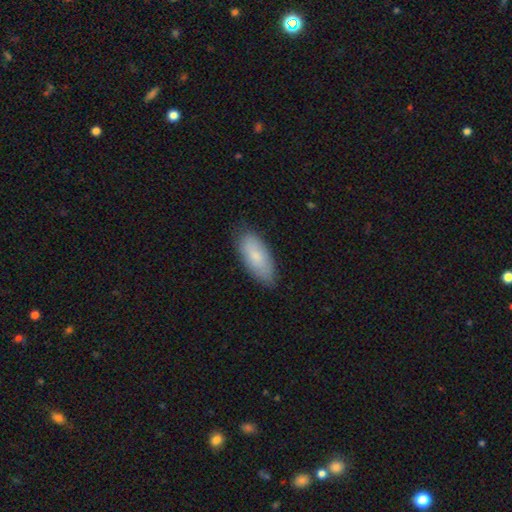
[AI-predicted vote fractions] Smooth or featured: smooth — 78% (featured or disk — 16%)
How rounded: in between — 86% (cigar-shaped — 12%)
Merging: none — 80% (minor disturbance — 16%)